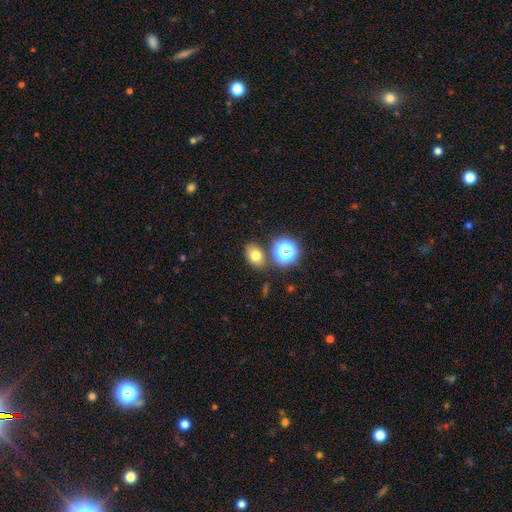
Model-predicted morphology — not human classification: Smooth or featured? smooth (71%)
How rounded? in between (68%)
Merging? none (75%)